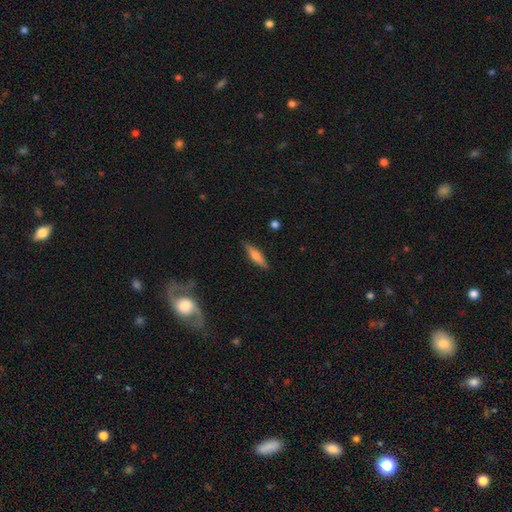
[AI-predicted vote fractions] smooth-or-featured: smooth: 57% | featured or disk: 37% | star or artifact: 6%
  how-rounded: cigar-shaped: 75% | in between: 23% | round: 2%
  merging: none: 86% | minor disturbance: 10% | major disturbance: 2% | merger: 2%